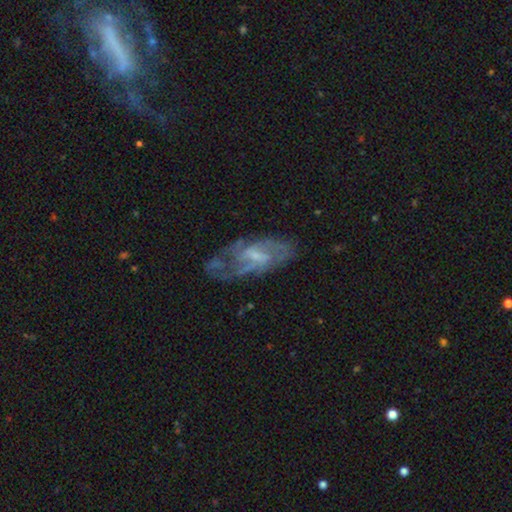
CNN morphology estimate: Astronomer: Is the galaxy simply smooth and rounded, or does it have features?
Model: featured or disk — 75%.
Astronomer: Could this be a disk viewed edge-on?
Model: no — 93%.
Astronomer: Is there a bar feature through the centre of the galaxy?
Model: weak — 53% (runner-up: no, 32%).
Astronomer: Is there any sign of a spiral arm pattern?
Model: yes — 78%.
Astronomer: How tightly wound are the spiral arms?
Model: medium — 45% (runner-up: tight, 29%).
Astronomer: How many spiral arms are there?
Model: can't tell — 38% (runner-up: 2, 36%).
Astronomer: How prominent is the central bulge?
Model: small — 47% (runner-up: moderate, 28%).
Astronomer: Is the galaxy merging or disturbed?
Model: none — 54%.